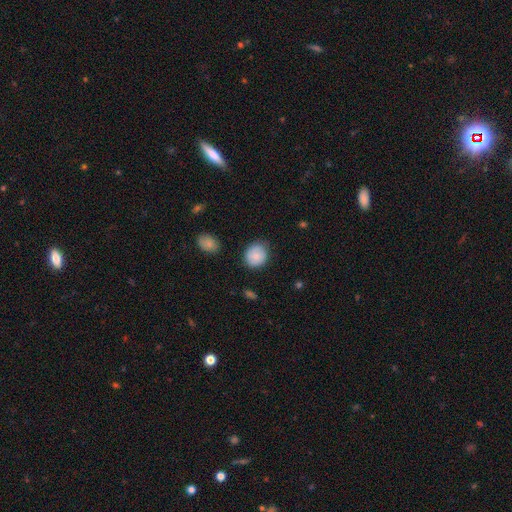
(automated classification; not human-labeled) Morphology: type=smooth (80%); roundness=round (75%); merging=none (77%).